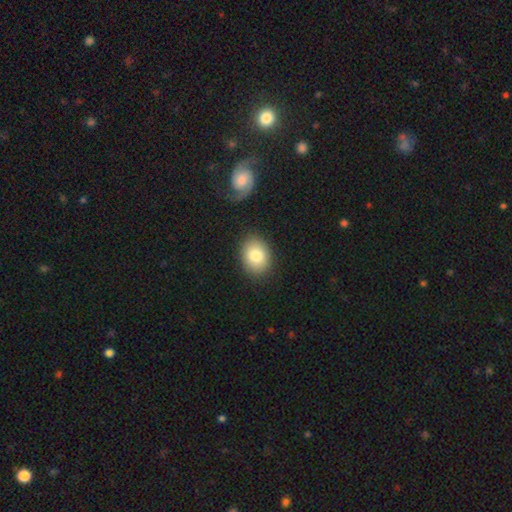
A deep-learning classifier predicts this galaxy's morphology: type=smooth (82%); roundness=in between (64%); merging=none (86%).